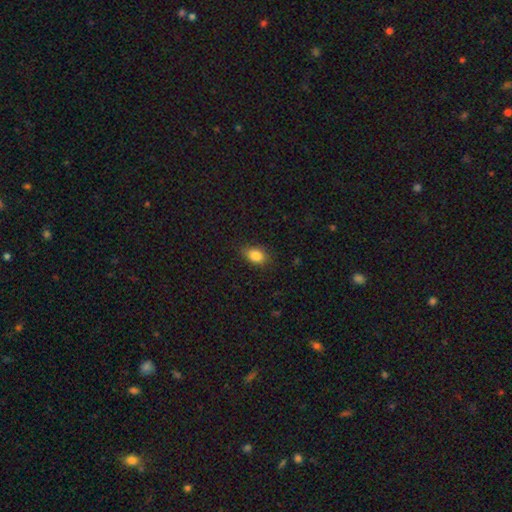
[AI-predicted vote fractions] Smooth or featured? Predicted: smooth (p=0.85). How rounded? Predicted: in between (p=0.79). Merging? Predicted: none (p=0.80).